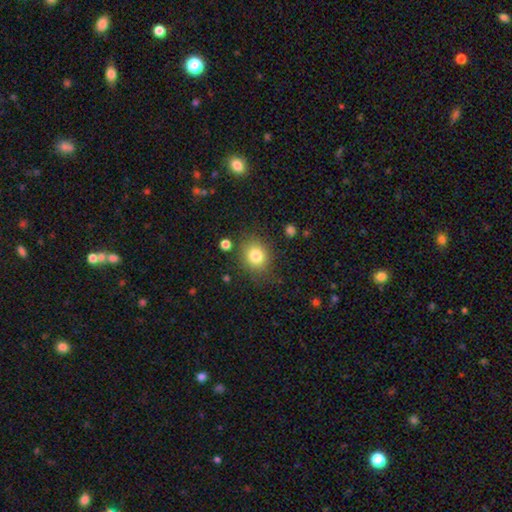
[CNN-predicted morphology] This appears to be a smooth galaxy with no disk features (82%) that is round (65%). Merging: none (79%).